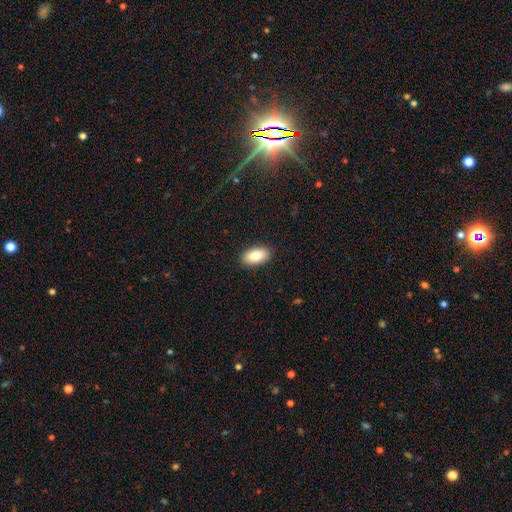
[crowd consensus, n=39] Q: Smooth or featured?
A: smooth (77%); runner-up: featured or disk (18%)
Q: How rounded?
A: in between (100%)
Q: Merging?
A: none (97%); runner-up: minor disturbance (3%)